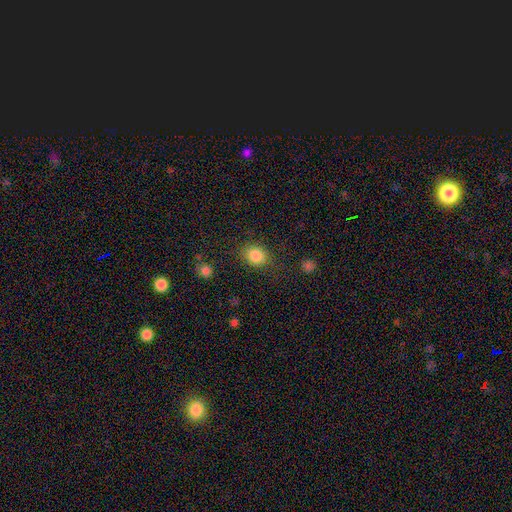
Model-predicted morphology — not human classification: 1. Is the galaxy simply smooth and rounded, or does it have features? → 85% smooth, 10% star or artifact, 5% featured or disk.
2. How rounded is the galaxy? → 59% round, 40% in between, 1% cigar-shaped.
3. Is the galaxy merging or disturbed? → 79% none, 13% minor disturbance, 5% major disturbance, 3% merger.